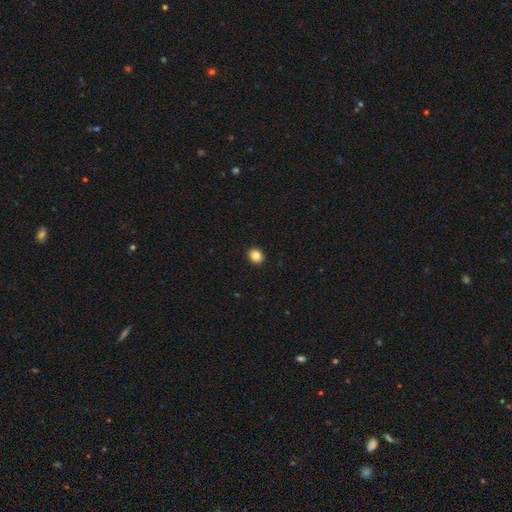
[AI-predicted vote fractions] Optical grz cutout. It shows a smooth galaxy with no disk features (84%) that is round (72%). Merging: none (93%).